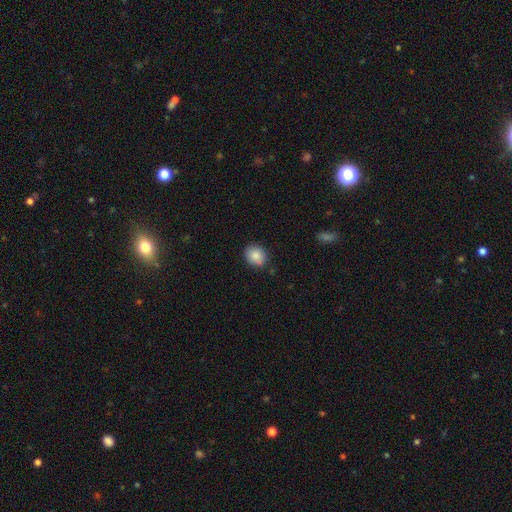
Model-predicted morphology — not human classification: This is clearly a smooth galaxy (87%). How rounded: likely round (65%). Merging: clearly none (80%).